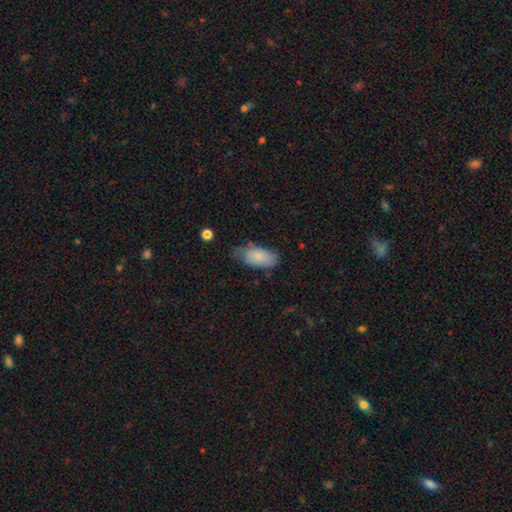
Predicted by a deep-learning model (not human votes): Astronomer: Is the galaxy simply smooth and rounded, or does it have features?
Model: smooth — 82%.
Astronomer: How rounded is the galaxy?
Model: in between — 93%.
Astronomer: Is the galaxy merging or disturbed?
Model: none — 53% (runner-up: minor disturbance, 35%).